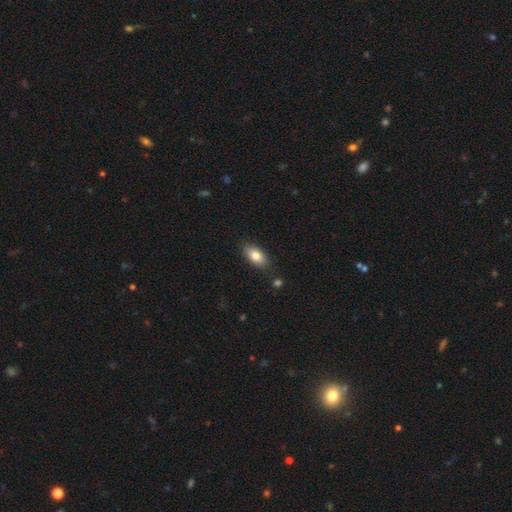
Morphology: type=smooth (89%); roundness=in between (94%); merging=none (61%).